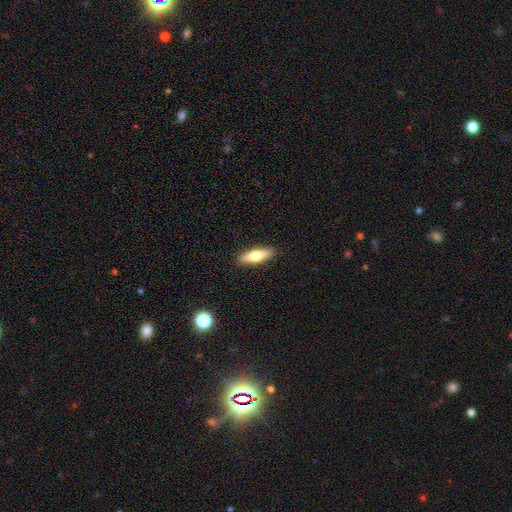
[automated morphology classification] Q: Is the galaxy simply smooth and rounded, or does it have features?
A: smooth — 62%.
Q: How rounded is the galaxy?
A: cigar-shaped — 60%.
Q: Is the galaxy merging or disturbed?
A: none — 91%.